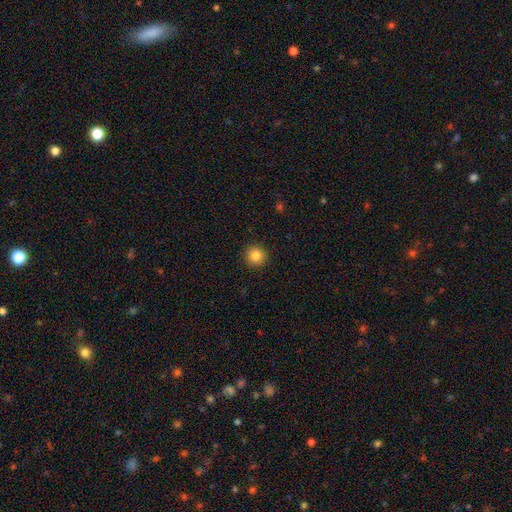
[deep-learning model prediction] Smooth or featured? smooth (83%)
How rounded? round (95%)
Merging? none (93%)